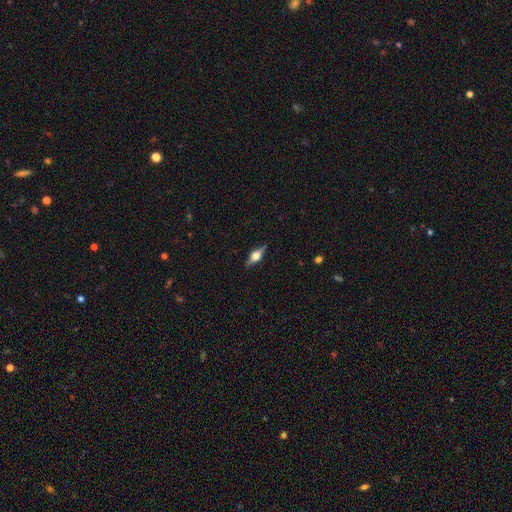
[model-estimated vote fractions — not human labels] Q: Smooth or featured?
A: featured or disk (71%); runner-up: smooth (22%)
Q: Edge-on disk?
A: yes (96%); runner-up: no (4%)
Q: Edge-on bulge?
A: rounded (94%); runner-up: boxy (5%)
Q: Merging?
A: none (88%); runner-up: minor disturbance (9%)